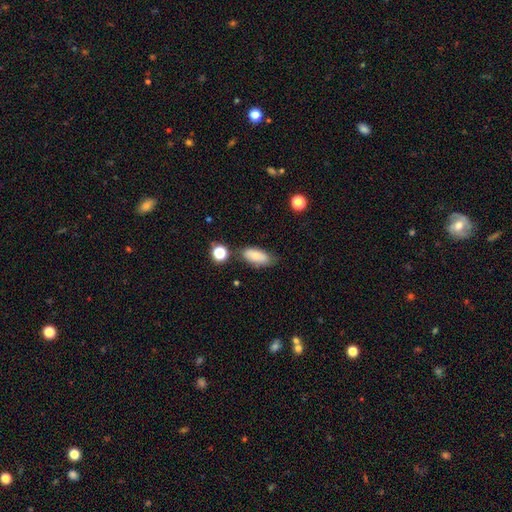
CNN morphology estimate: smooth_or_featured: smooth (p=0.72) [alt: featured or disk p=0.19]
how_rounded: in between (p=0.86) [alt: cigar-shaped p=0.10]
merging: none (p=0.70) [alt: minor disturbance p=0.19]